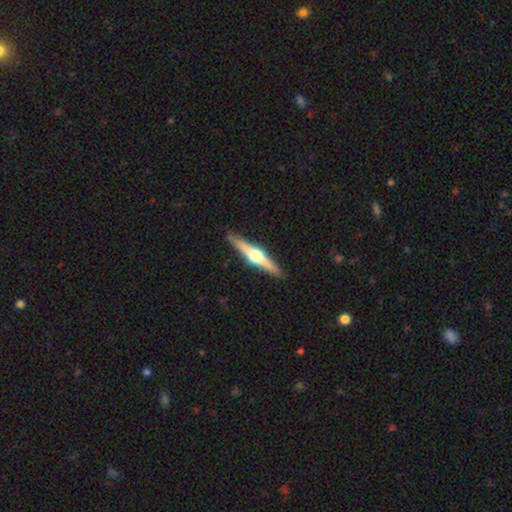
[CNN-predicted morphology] Q: Smooth or featured?
A: featured or disk (74%); runner-up: smooth (21%)
Q: Edge-on disk?
A: yes (98%); runner-up: no (2%)
Q: Edge-on bulge?
A: rounded (95%); runner-up: boxy (3%)
Q: Merging?
A: none (90%); runner-up: minor disturbance (7%)